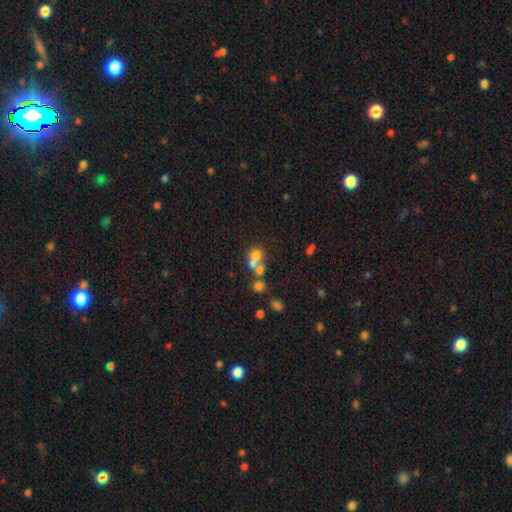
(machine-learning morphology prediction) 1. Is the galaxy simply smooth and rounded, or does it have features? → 59% smooth, 24% featured or disk, 17% star or artifact.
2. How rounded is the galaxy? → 75% round, 24% in between, 1% cigar-shaped.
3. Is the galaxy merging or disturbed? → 57% merger, 31% none, 7% minor disturbance, 5% major disturbance.